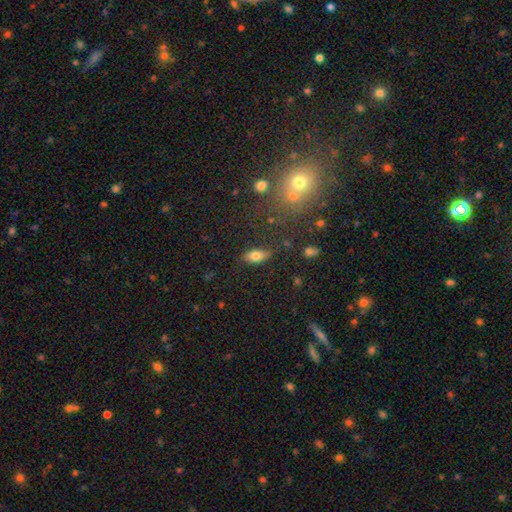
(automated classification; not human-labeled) Morphology: type=smooth (76%); roundness=in between (87%); merging=none (82%).